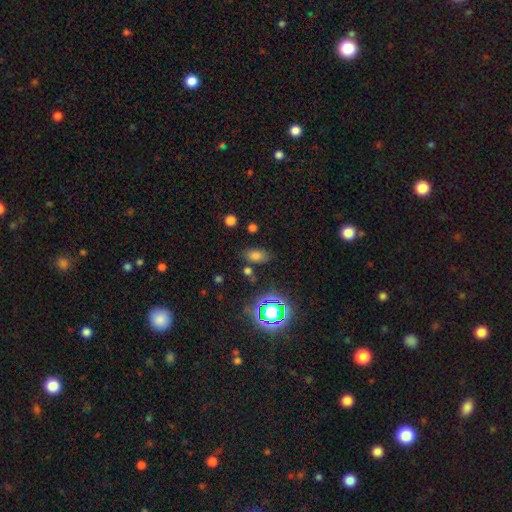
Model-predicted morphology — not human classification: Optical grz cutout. It shows a smooth galaxy with no disk features (68%) that is in between round and cigar-shaped (87%). Merging: none (75%).